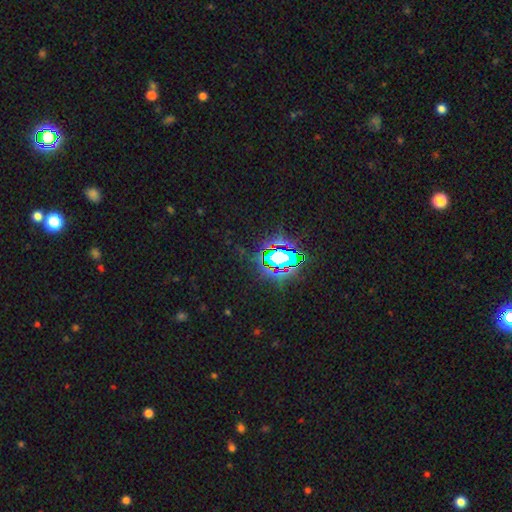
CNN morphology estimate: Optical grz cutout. It shows a star or artifact, not a galaxy (81%).